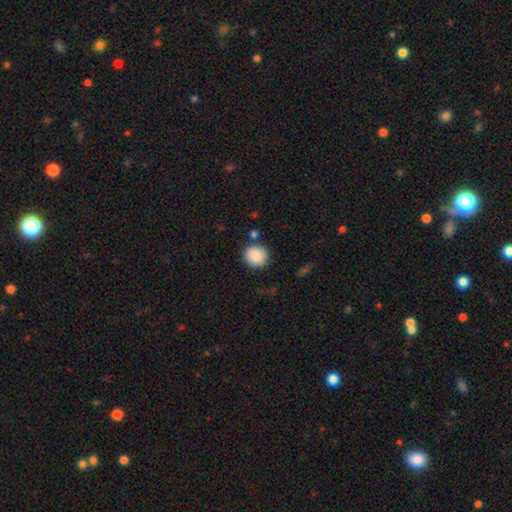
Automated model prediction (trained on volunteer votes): Smooth or featured? smooth (88%)
How rounded? round (92%)
Merging? none (84%)